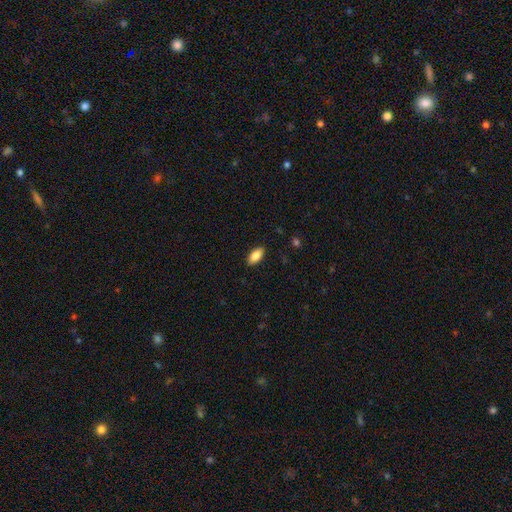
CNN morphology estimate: Smooth or featured?
  - smooth: 87% *
  - star or artifact: 7%
  - featured or disk: 7%
How rounded?
  - in between: 92% *
  - cigar-shaped: 6%
  - round: 2%
Merging?
  - none: 89% *
  - minor disturbance: 9%
  - major disturbance: 2%
  - merger: 1%